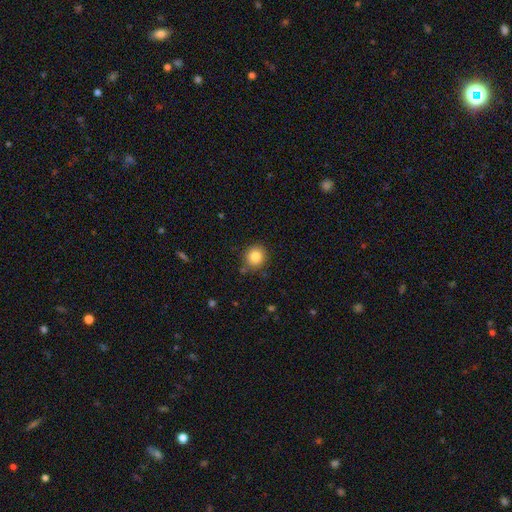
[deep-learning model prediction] Smooth or featured? smooth (84%)
How rounded? round (87%)
Merging? none (84%)